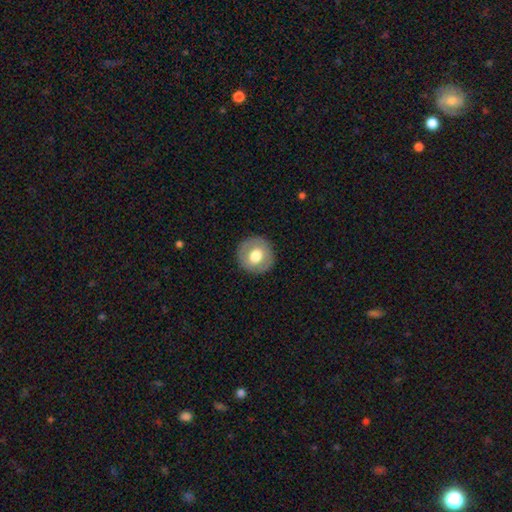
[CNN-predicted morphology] smooth_or_featured: smooth (p=0.67) [alt: featured or disk p=0.26]
how_rounded: round (p=0.93) [alt: in between p=0.06]
merging: none (p=0.90) [alt: minor disturbance p=0.06]